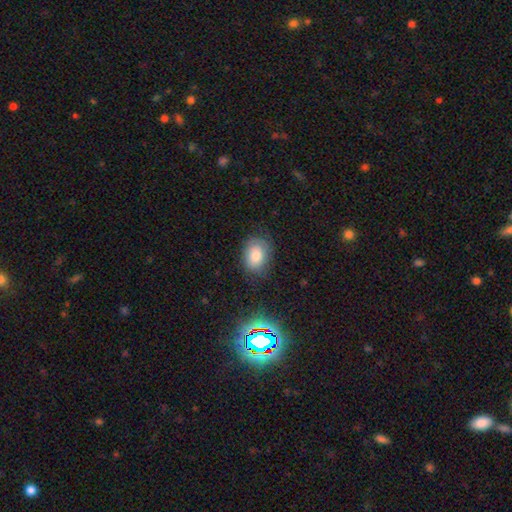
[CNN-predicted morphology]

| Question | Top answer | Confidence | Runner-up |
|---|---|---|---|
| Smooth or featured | smooth | 80% | star or artifact (10%) |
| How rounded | in between | 71% | round (28%) |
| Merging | none | 74% | minor disturbance (19%) |